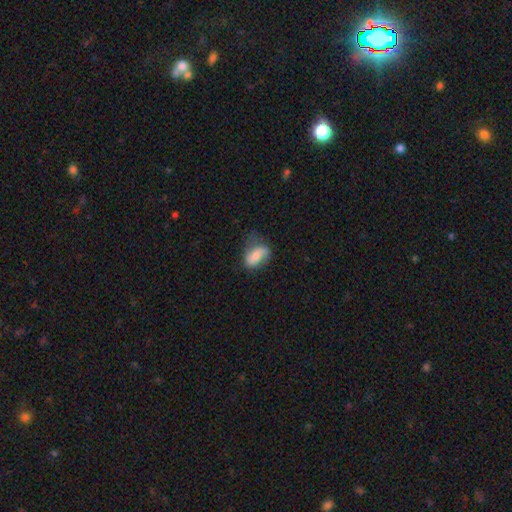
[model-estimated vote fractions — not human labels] Smooth or featured? Predicted: smooth (p=0.58). How rounded? Predicted: in between (p=0.87). Merging? Predicted: none (p=0.42).